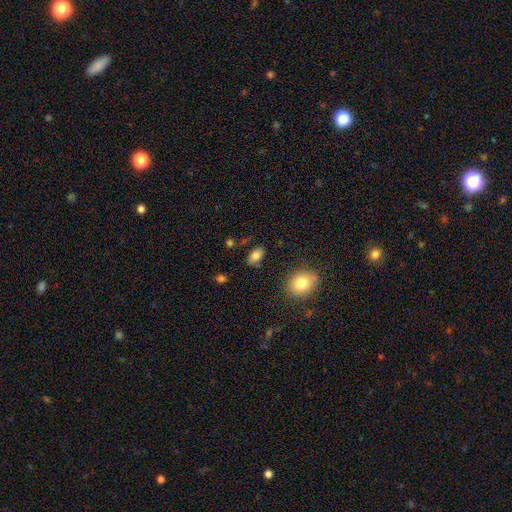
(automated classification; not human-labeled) smooth-or-featured: smooth: 81% | featured or disk: 9% | star or artifact: 9%
  how-rounded: in between: 90% | round: 8% | cigar-shaped: 2%
  merging: none: 81% | minor disturbance: 13% | major disturbance: 3% | merger: 3%